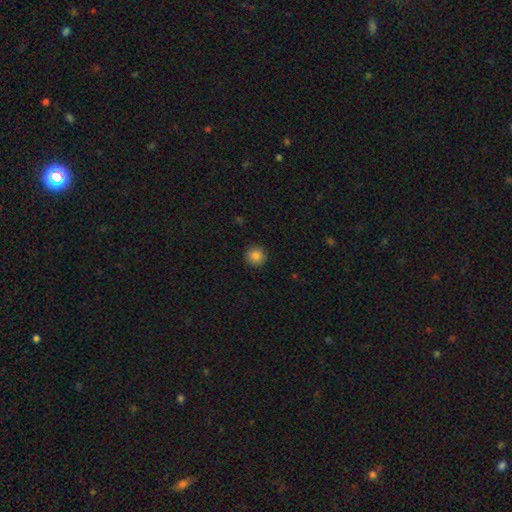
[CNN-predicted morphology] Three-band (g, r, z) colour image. It shows a smooth galaxy with no disk features (85%) that is round (92%). Merging: none (91%).